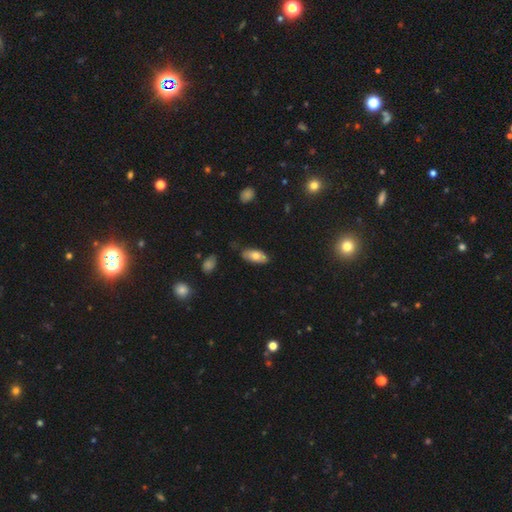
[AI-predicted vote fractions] Q: Smooth or featured?
A: smooth (72%); runner-up: featured or disk (21%)
Q: How rounded?
A: in between (88%); runner-up: cigar-shaped (10%)
Q: Merging?
A: none (72%); runner-up: minor disturbance (21%)